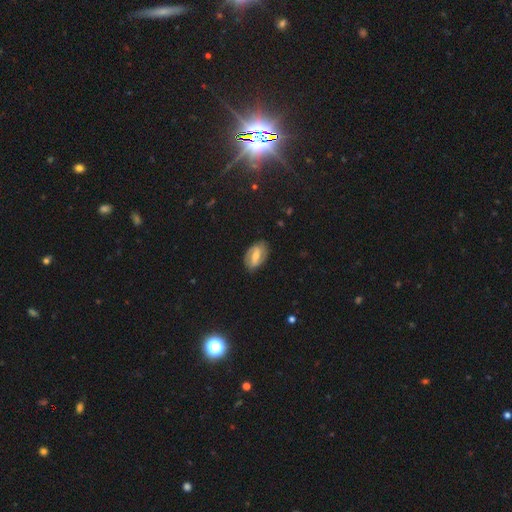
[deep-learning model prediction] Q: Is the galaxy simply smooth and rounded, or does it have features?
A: featured or disk — 60%.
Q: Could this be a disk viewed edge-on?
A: no — 94%.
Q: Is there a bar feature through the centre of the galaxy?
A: weak — 44%.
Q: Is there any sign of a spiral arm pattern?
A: yes — 76%.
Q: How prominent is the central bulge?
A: moderate — 57%.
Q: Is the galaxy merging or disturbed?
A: none — 80%.